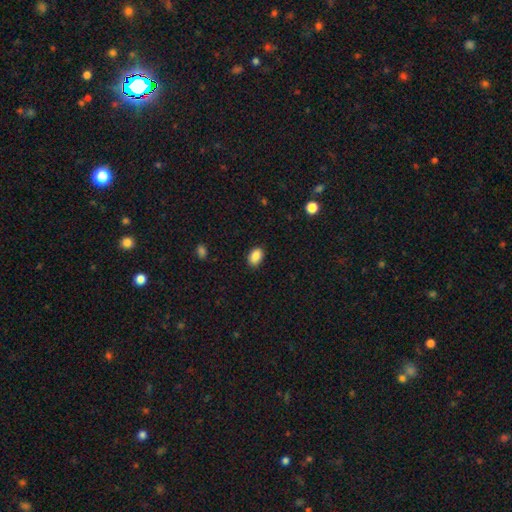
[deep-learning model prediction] This is clearly a smooth galaxy (88%). How rounded: clearly in between (85%). Merging: clearly none (87%).